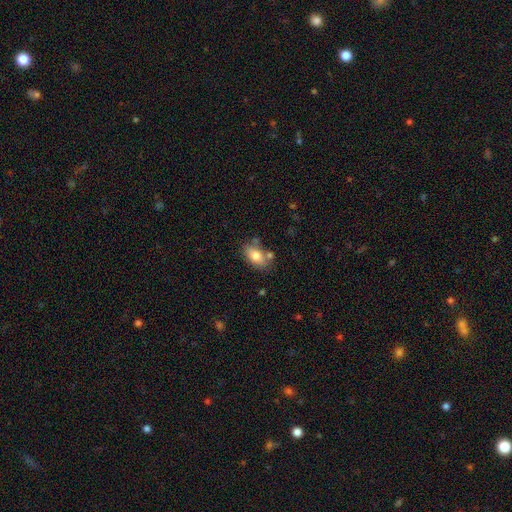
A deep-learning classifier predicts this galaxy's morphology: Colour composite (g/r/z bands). It shows a smooth galaxy with no disk features (79%) that is in between round and cigar-shaped (89%). Merging: none (65%).